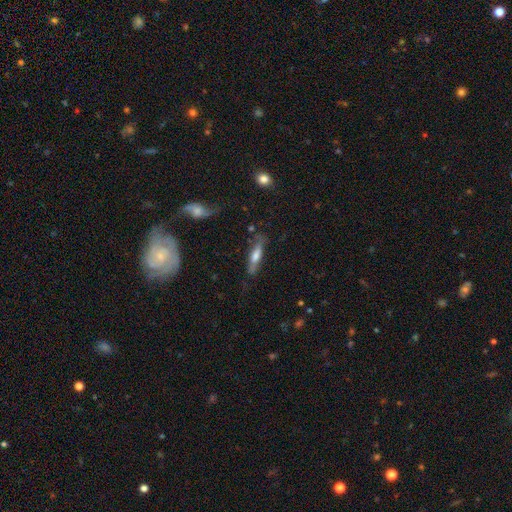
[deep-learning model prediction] Smooth or featured: featured or disk — 47% (smooth — 46%)
Merging: none — 69% (minor disturbance — 21%)